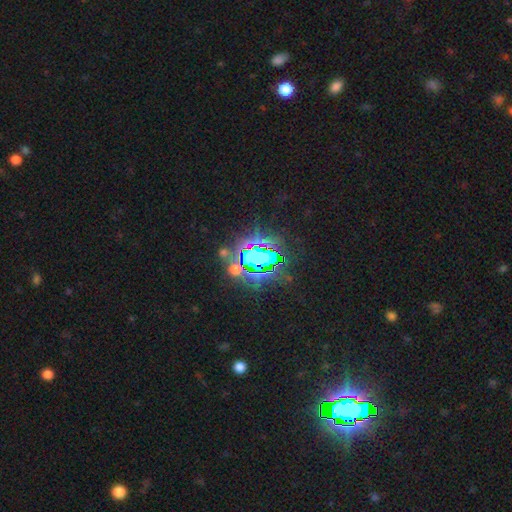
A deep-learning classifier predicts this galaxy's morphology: Q: Smooth or featured?
A: star or artifact (77%); runner-up: smooth (12%)